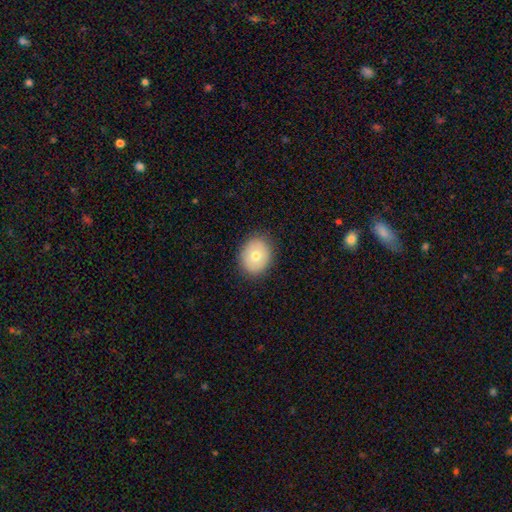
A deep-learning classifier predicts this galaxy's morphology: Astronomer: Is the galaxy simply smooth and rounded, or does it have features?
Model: smooth — 68%.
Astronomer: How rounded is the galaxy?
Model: round — 55% (runner-up: in between, 44%).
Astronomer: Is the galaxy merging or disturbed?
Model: none — 86%.